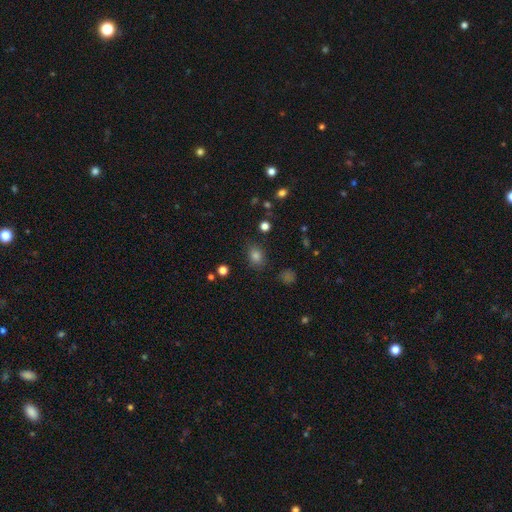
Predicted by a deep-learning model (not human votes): The model was most divided on "how rounded": in between: 57%, round: 42%, cigar-shaped: 1%. More confident: merging — none (81%); smooth or featured — smooth (78%).